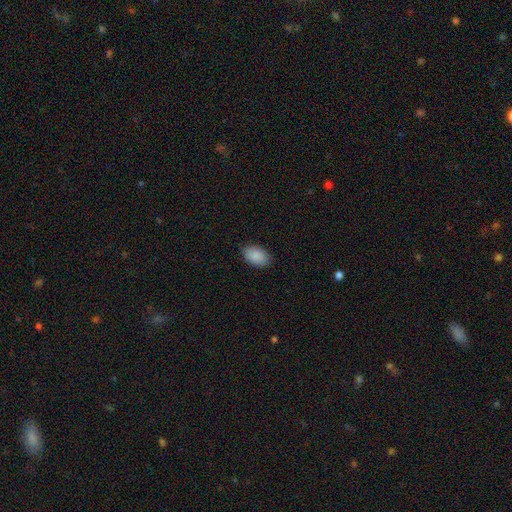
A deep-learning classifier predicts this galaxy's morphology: smooth_or_featured: smooth (p=0.89) [alt: star or artifact p=0.07]
how_rounded: in between (p=0.91) [alt: round p=0.08]
merging: none (p=0.86) [alt: minor disturbance p=0.11]